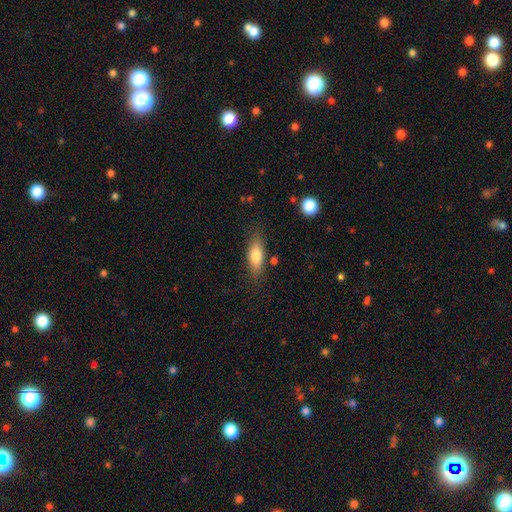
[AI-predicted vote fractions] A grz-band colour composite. It shows a smooth galaxy with no disk features (75%) that is in between round and cigar-shaped (71%). Merging: none (79%).